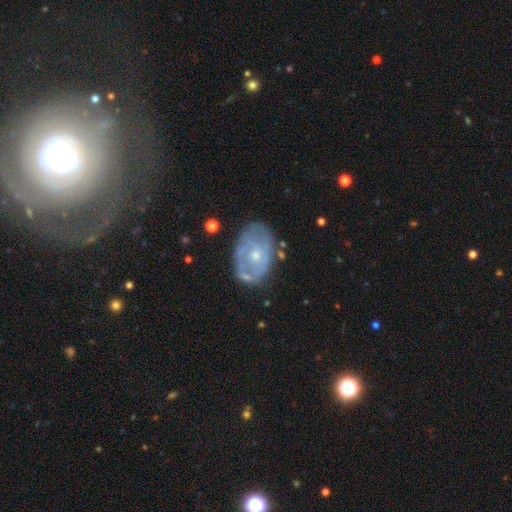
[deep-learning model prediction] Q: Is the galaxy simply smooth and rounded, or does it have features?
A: featured or disk — 74%.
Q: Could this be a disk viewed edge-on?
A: no — 96%.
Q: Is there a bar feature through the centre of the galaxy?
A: no — 79%.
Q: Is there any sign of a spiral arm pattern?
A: yes — 66%.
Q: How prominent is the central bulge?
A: small — 56%.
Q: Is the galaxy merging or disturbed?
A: none — 64%.